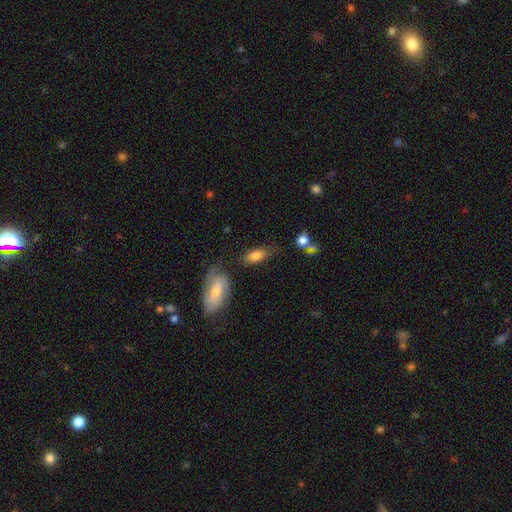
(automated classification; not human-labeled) A smooth galaxy with no disk features (79%) that is in between round and cigar-shaped (85%).

Vote fractions:
- Smooth or featured? smooth: 79% / featured or disk: 14% / star or artifact: 7%
- How rounded? in between: 85% / cigar-shaped: 11% / round: 4%
- Merging? none: 63% / minor disturbance: 22% / major disturbance: 8% / merger: 7%